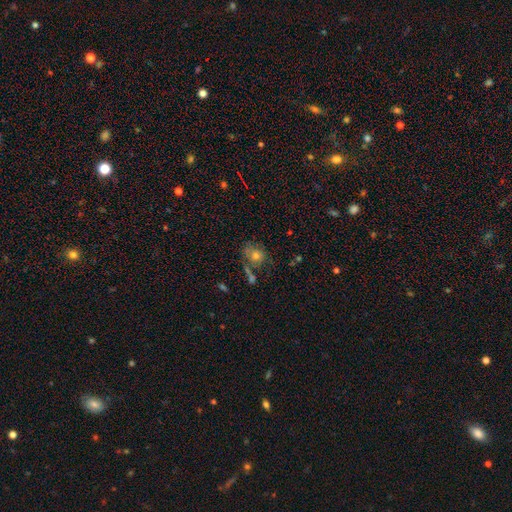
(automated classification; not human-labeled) Morphology: type=smooth (57%); roundness=round (63%); merging=none (57%).